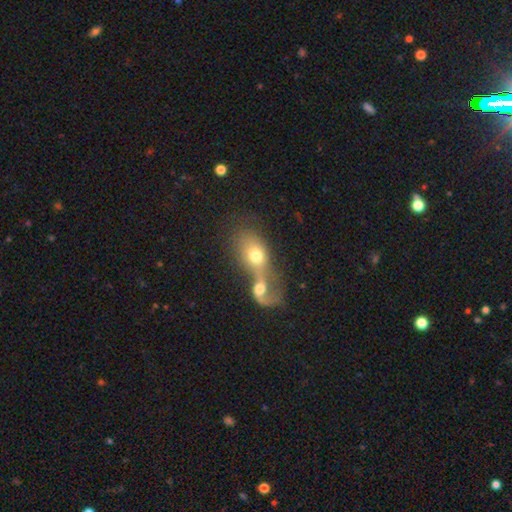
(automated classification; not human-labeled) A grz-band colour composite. It shows a smooth galaxy with no disk features (60%) that is in between round and cigar-shaped (68%). Merging: merger (80%).